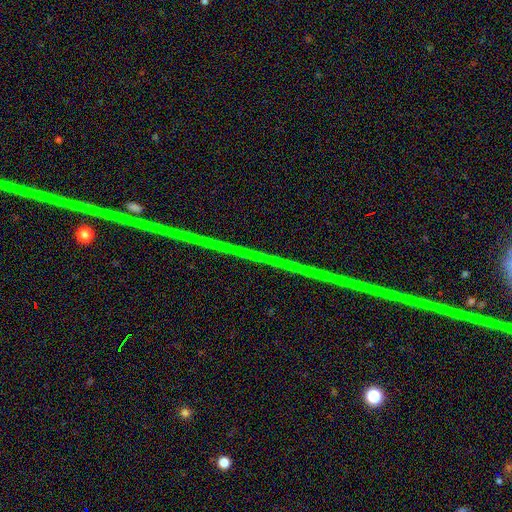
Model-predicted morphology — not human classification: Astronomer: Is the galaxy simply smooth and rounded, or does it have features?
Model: star or artifact — 79%.